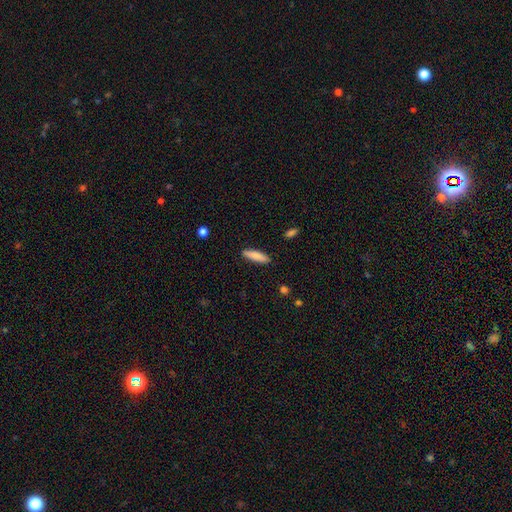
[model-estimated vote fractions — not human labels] Smooth or featured: smooth — 85% (featured or disk — 9%)
How rounded: cigar-shaped — 70% (in between — 28%)
Merging: none — 89% (minor disturbance — 8%)